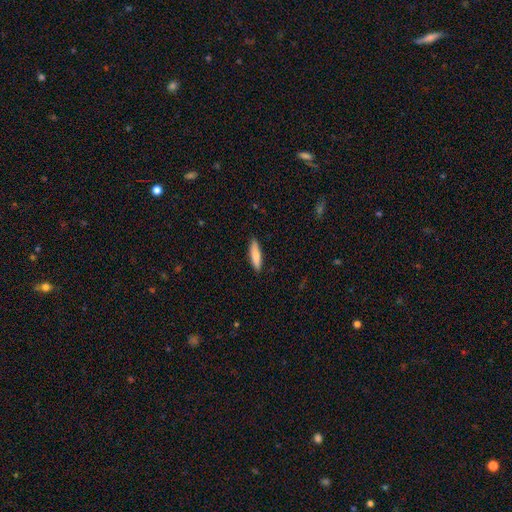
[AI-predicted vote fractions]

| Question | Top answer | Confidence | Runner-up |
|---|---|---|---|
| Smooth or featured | smooth | 80% | featured or disk (14%) |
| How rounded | cigar-shaped | 75% | in between (24%) |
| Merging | none | 89% | minor disturbance (9%) |